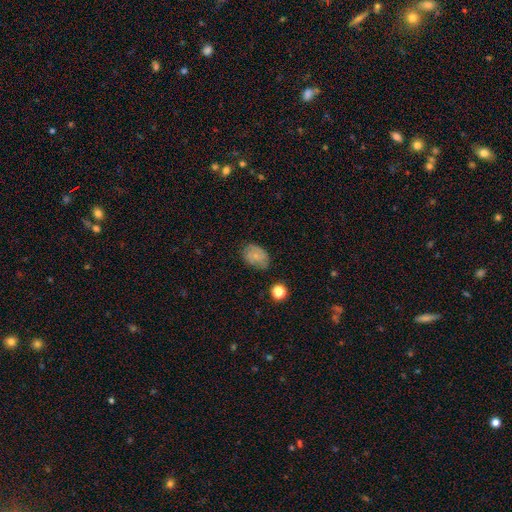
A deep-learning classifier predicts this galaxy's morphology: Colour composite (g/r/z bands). It shows a smooth galaxy with no disk features (60%) that is in between round and cigar-shaped (76%). Merging: none (68%).